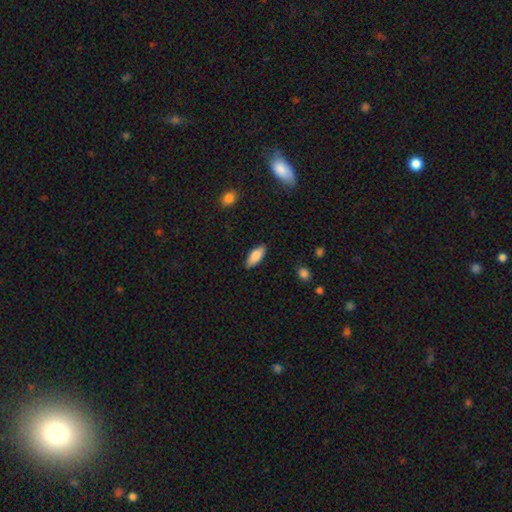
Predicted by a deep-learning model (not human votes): The model was most divided on "how rounded": in between: 79%, cigar-shaped: 19%, round: 2%. More confident: merging — none (87%); smooth or featured — smooth (83%).